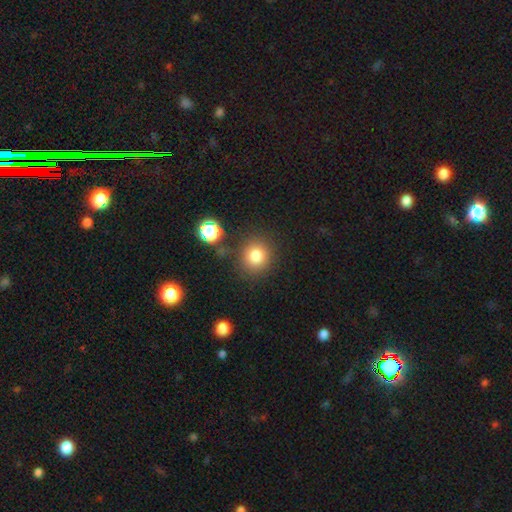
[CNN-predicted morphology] smooth 81%, star or artifact 12%, featured or disk 6%. Down the decision tree: how rounded — round (87%); merging — none (83%).